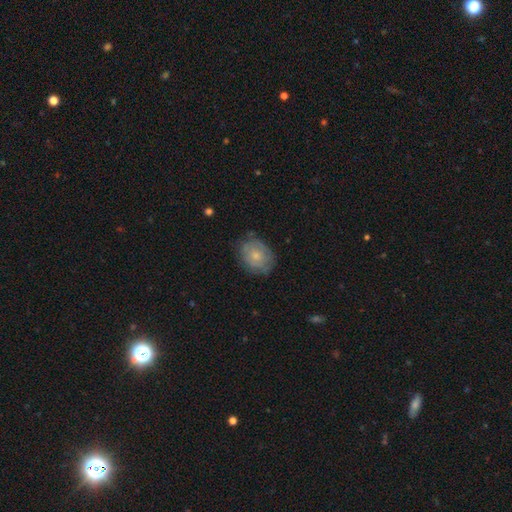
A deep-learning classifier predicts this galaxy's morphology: Smooth or featured? smooth (53%)
How rounded? in between (55%)
Merging? none (70%)